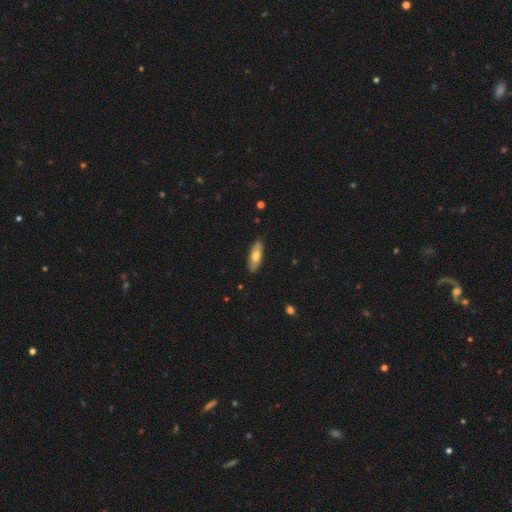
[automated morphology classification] Smooth or featured: smooth — 66% (featured or disk — 28%)
How rounded: in between — 70% (cigar-shaped — 28%)
Merging: none — 87% (minor disturbance — 10%)